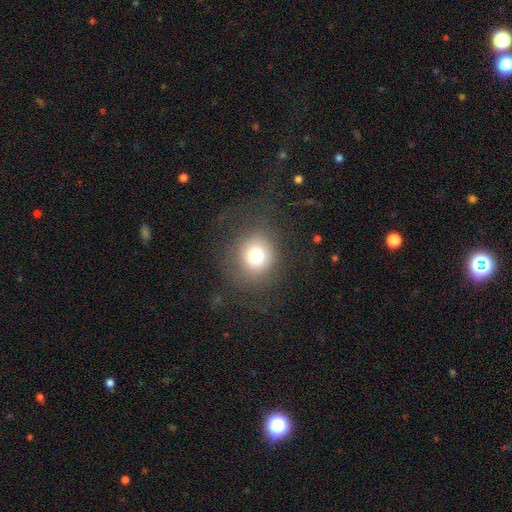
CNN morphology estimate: smooth 75%, star or artifact 14%, featured or disk 12%. Down the decision tree: how rounded — round (81%); merging — none (73%).